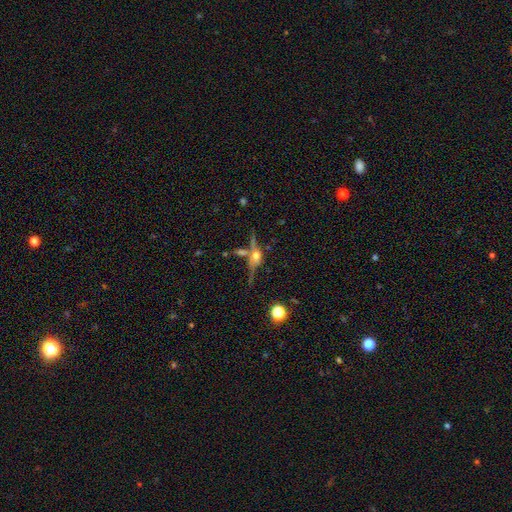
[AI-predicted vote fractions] A featured or disk galaxy (67%) viewed edge-on (86%) with a rounded central bulge (90%).

Vote fractions:
- Smooth or featured? featured or disk: 67% / smooth: 20% / star or artifact: 13%
- Edge-on disk? yes: 86% / no: 14%
- Edge-on bulge? rounded: 90% / boxy: 6% / none: 5%
- Merging? none: 60% / merger: 18% / minor disturbance: 14% / major disturbance: 8%